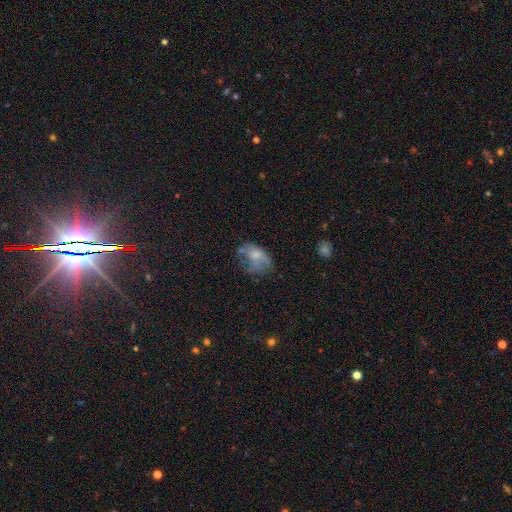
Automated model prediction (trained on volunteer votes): smooth 55%, featured or disk 33%, star or artifact 12%. Down the decision tree: how rounded — in between (81%); merging — major disturbance (35%).